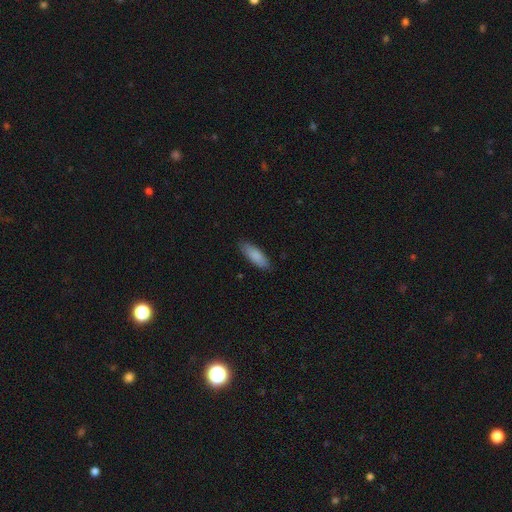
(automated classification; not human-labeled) Smooth or featured: smooth — 88% (featured or disk — 7%)
How rounded: in between — 59% (cigar-shaped — 39%)
Merging: none — 86% (minor disturbance — 11%)